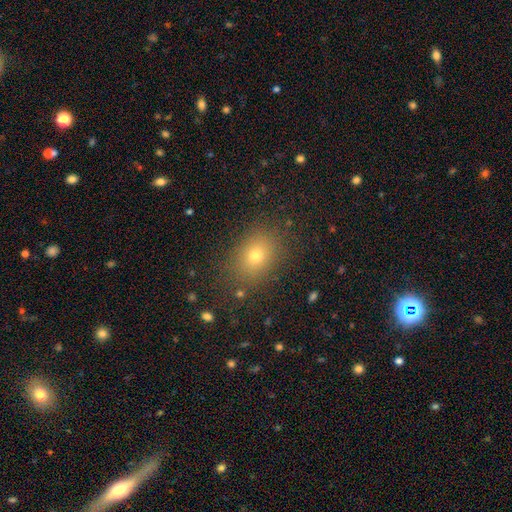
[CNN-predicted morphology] Overall: smooth (73%). How rounded: in between (63%; round 35%). Merging: none (84%).